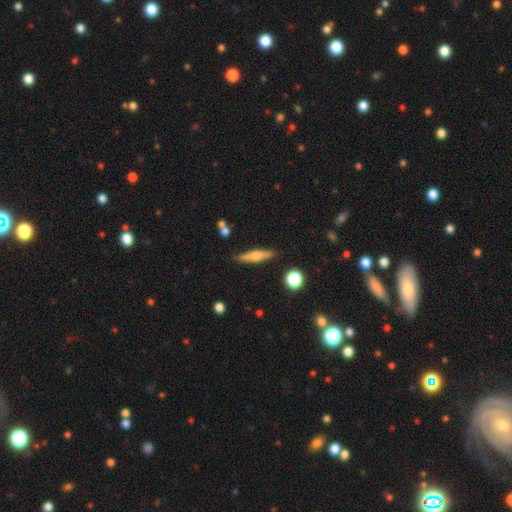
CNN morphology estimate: A smooth galaxy with no disk features (51%) that is cigar-shaped (83%). Merging: none (87%).